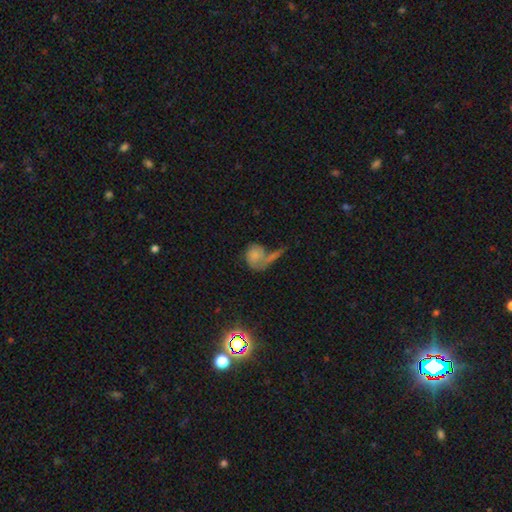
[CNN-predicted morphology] type=smooth (59%); roundness=round (63%); merging=merger (32%).